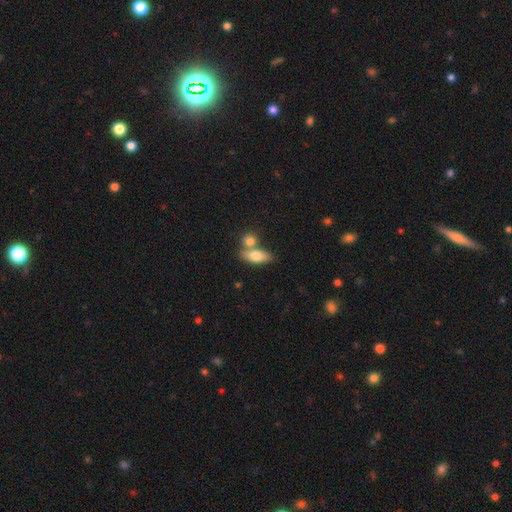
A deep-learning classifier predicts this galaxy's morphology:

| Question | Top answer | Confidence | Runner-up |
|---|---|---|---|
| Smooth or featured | smooth | 74% | featured or disk (20%) |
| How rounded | in between | 77% | cigar-shaped (17%) |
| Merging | none | 45% | merger (42%) |